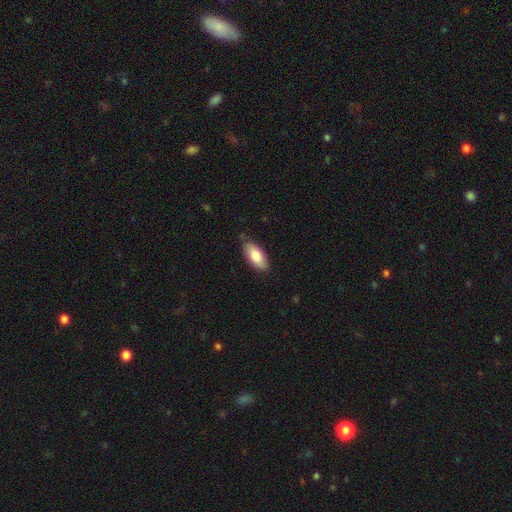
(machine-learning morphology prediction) This is clearly a smooth galaxy (81%). How rounded: clearly in between (89%). Merging: clearly none (83%).